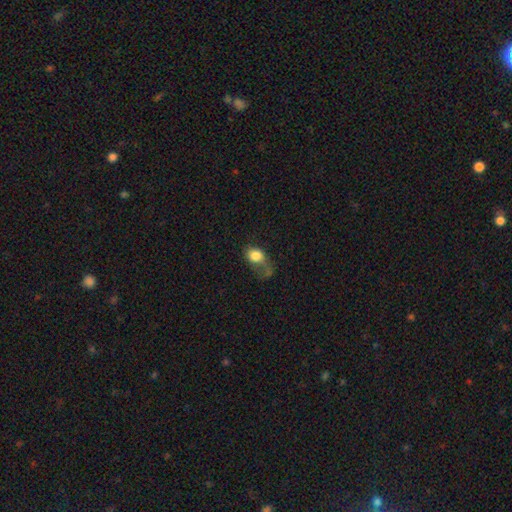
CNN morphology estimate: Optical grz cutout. It shows a smooth galaxy with no disk features (76%) that is in between round and cigar-shaped (50%). Merging: major disturbance (43%).